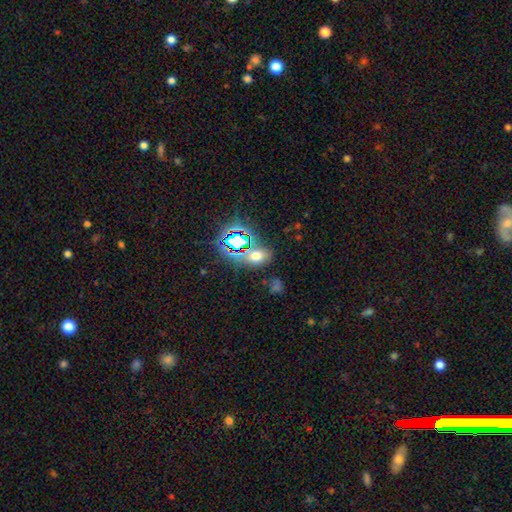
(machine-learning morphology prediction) This appears to be a star or artifact, not a galaxy (71%).